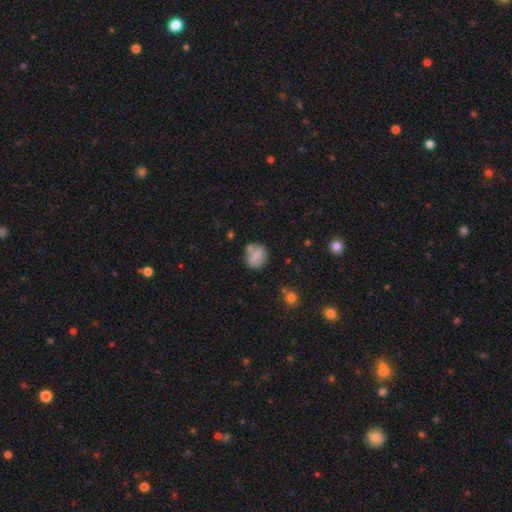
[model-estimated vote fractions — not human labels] Smooth or featured?
  - smooth: 67% *
  - featured or disk: 24%
  - star or artifact: 9%
How rounded?
  - round: 62% *
  - in between: 36%
  - cigar-shaped: 2%
Merging?
  - none: 61% *
  - merger: 17%
  - minor disturbance: 17%
  - major disturbance: 6%